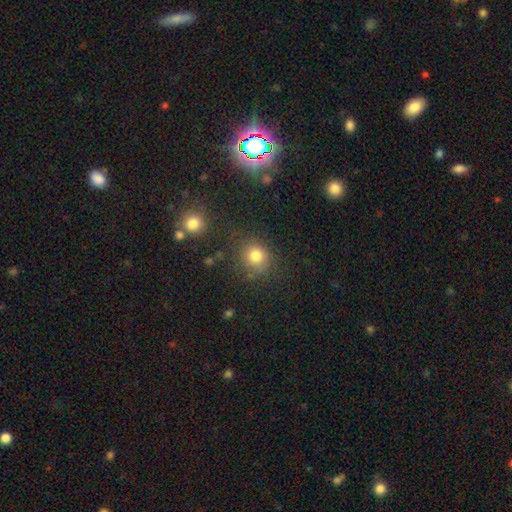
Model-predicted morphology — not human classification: Overall: smooth (80%). How rounded: round (84%). Merging: none (77%).